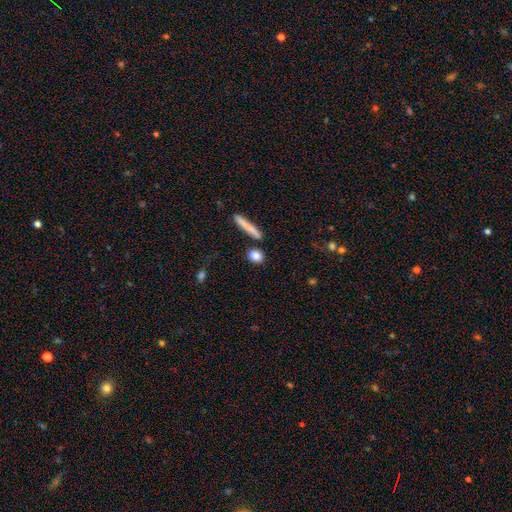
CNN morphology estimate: Smooth or featured?
  - smooth: 85% *
  - star or artifact: 8%
  - featured or disk: 7%
How rounded?
  - round: 48% *
  - in between: 37%
  - cigar-shaped: 16%
Merging?
  - none: 80% *
  - minor disturbance: 9%
  - merger: 8%
  - major disturbance: 3%